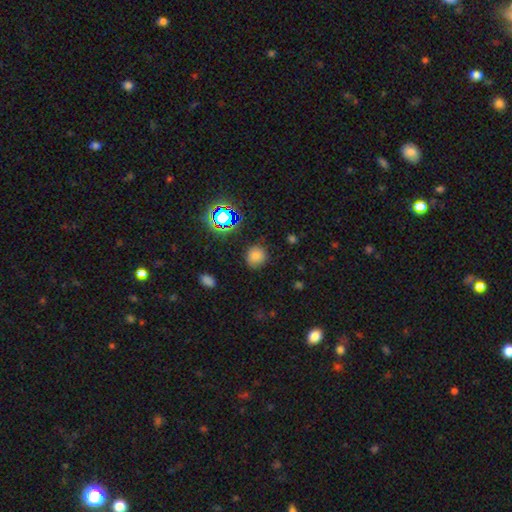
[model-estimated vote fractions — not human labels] Smooth or featured: smooth — 74% (star or artifact — 20%)
How rounded: round — 86% (in between — 13%)
Merging: none — 85% (minor disturbance — 10%)